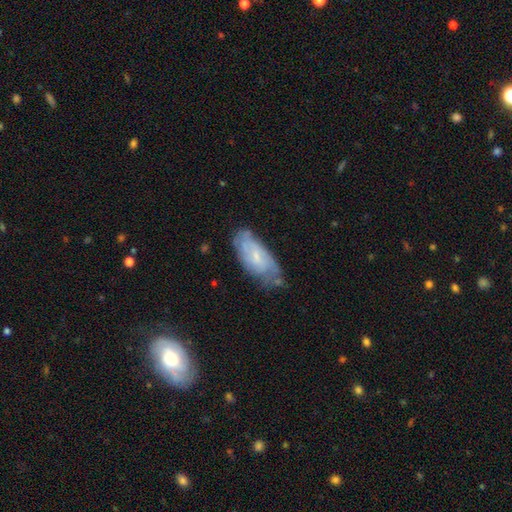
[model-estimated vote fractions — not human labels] Smooth or featured: featured or disk — 58% (smooth — 35%)
Edge-on disk: no — 90% (yes — 10%)
Bar: no — 54% (weak — 39%)
Spiral arms: yes — 78% (no — 22%)
Bulge size: small — 68% (moderate — 22%)
Merging: none — 56% (minor disturbance — 31%)